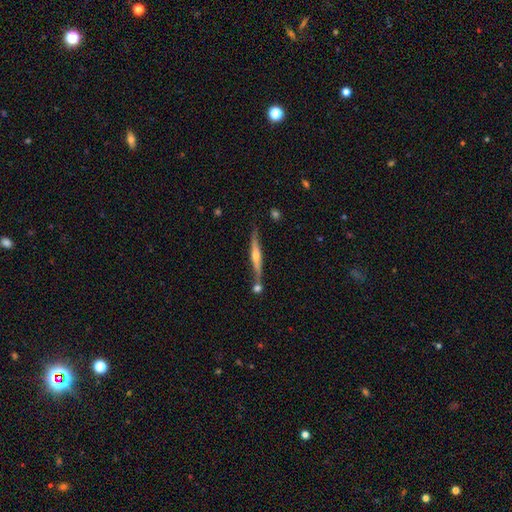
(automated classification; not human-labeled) Overall: featured or disk (69%). Edge-on disk: yes (95%). Edge-on bulge: rounded (71%). Merging: none (68%).